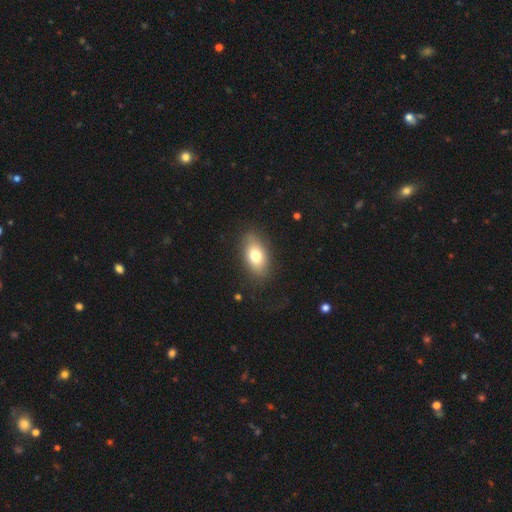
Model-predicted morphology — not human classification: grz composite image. It shows a smooth galaxy with no disk features (75%) that is in between round and cigar-shaped (88%). Merging: none (82%).